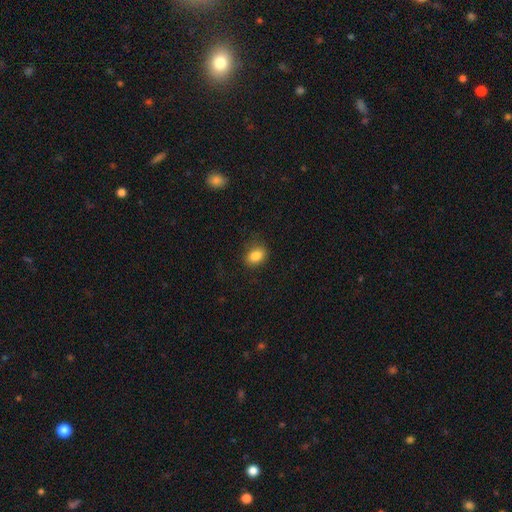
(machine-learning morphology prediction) smooth-or-featured: smooth: 86% | star or artifact: 9% | featured or disk: 5%
  how-rounded: in between: 70% | round: 29% | cigar-shaped: 1%
  merging: none: 81% | minor disturbance: 14% | major disturbance: 4% | merger: 1%